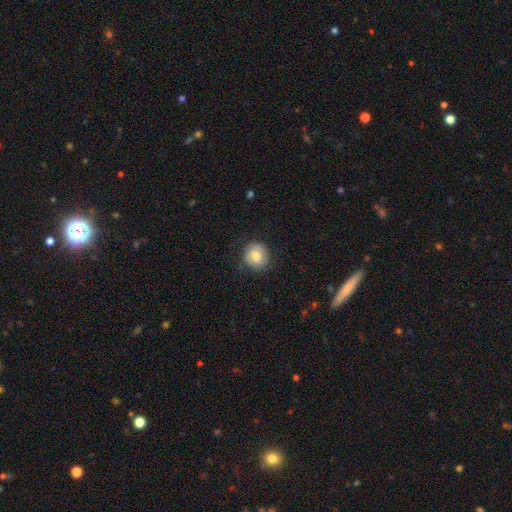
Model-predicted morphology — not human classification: Smooth or featured? smooth (75%)
How rounded? round (86%)
Merging? none (77%)